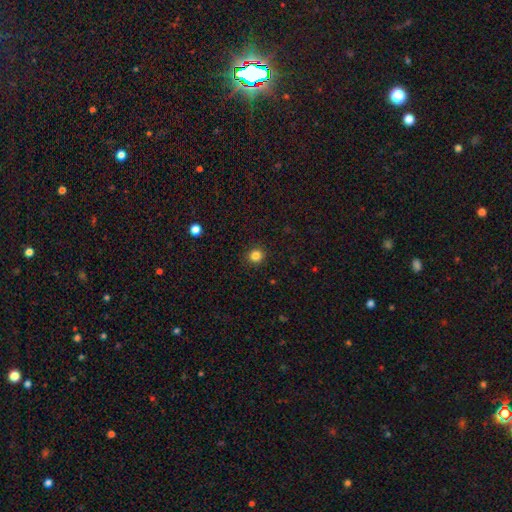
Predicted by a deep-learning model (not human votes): A smooth galaxy with no disk features (84%) that is round (92%).

Vote fractions:
- Smooth or featured? smooth: 84% / star or artifact: 12% / featured or disk: 4%
- How rounded? round: 92% / in between: 7% / cigar-shaped: 1%
- Merging? none: 92% / minor disturbance: 5% / major disturbance: 2% / merger: 1%